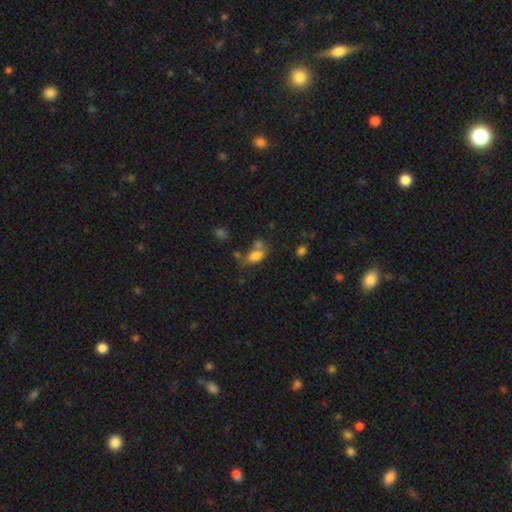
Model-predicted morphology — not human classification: Smooth or featured?
  - smooth: 77% *
  - star or artifact: 11%
  - featured or disk: 11%
How rounded?
  - in between: 84% *
  - round: 13%
  - cigar-shaped: 3%
Merging?
  - none: 42% *
  - merger: 32%
  - minor disturbance: 17%
  - major disturbance: 9%